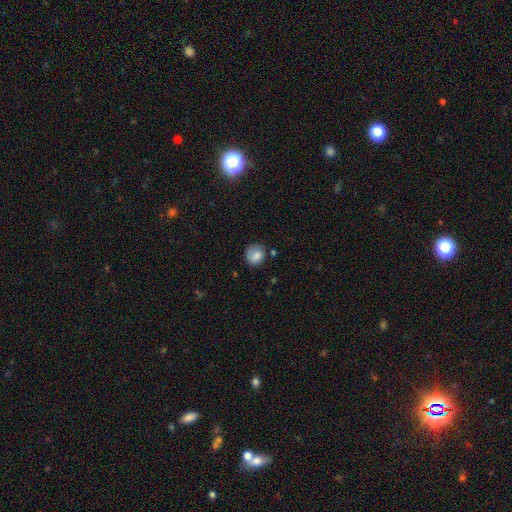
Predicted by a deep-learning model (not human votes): Q: Smooth or featured?
A: smooth (79%); runner-up: featured or disk (13%)
Q: How rounded?
A: round (82%); runner-up: in between (17%)
Q: Merging?
A: none (68%); runner-up: minor disturbance (22%)